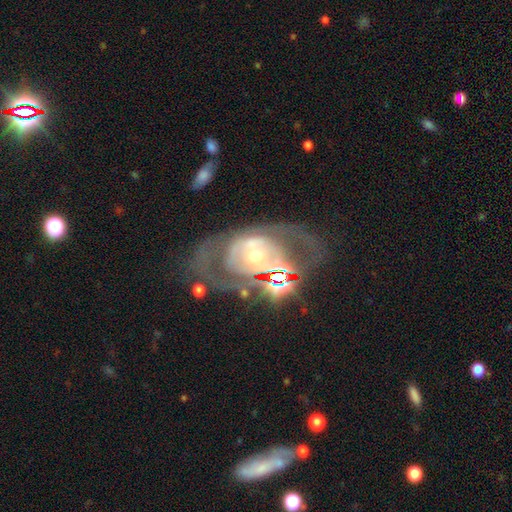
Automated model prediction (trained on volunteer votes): featured or disk 74%, smooth 15%, star or artifact 11%. Down the decision tree: edge-on disk — no (94%); bar — no (59%); spiral arms — yes (60%); bulge size — moderate (52%); merging — none (48%).